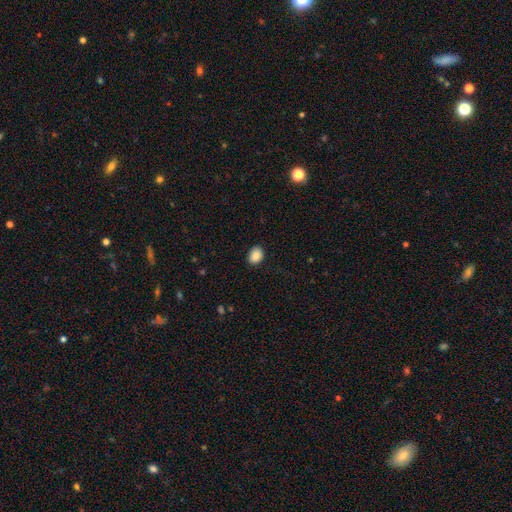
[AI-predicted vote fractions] smooth_or_featured: smooth (p=0.88) [alt: star or artifact p=0.08]
how_rounded: in between (p=0.61) [alt: round p=0.38]
merging: none (p=0.88) [alt: minor disturbance p=0.09]